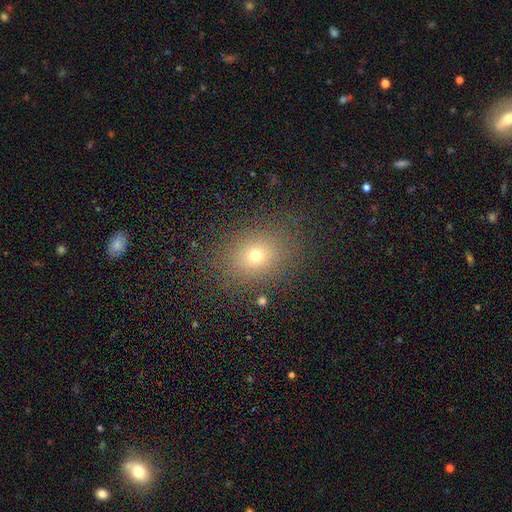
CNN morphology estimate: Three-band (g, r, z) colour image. It shows a smooth galaxy with no disk features (69%) that is round (50%). Merging: none (83%).